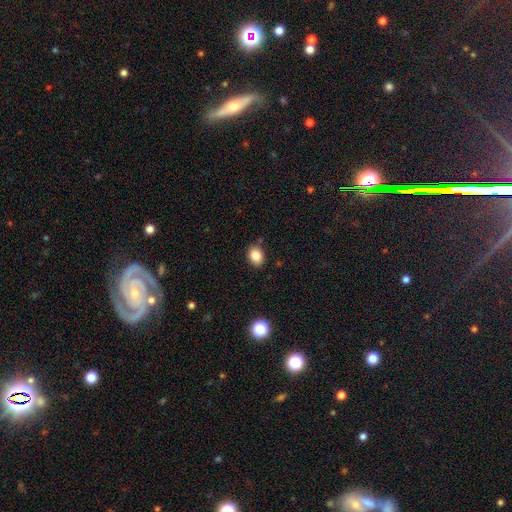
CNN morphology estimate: type=smooth (85%); roundness=in between (56%); merging=none (85%).